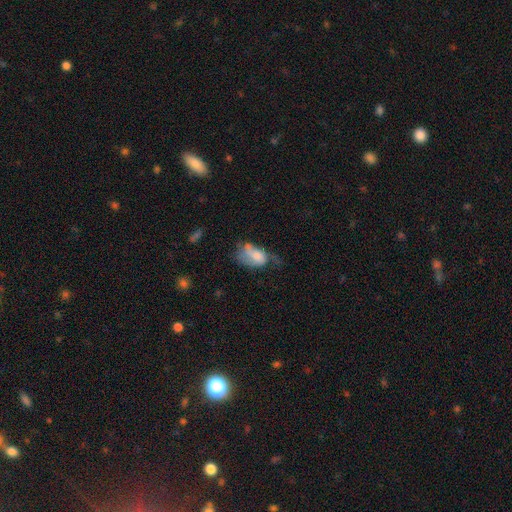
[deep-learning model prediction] smooth 56%, featured or disk 35%, star or artifact 9%. Down the decision tree: how rounded — in between (89%); merging — major disturbance (44%).